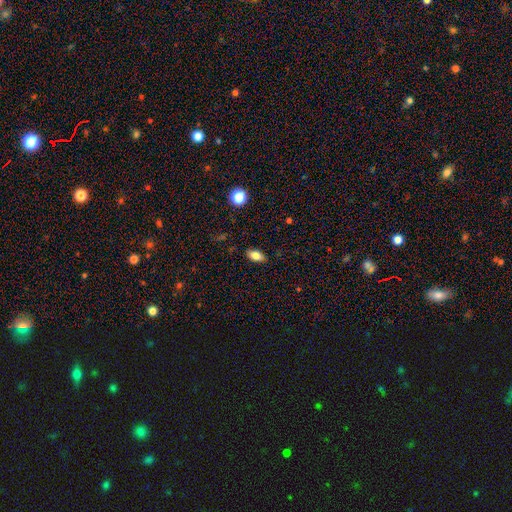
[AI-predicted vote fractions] This is clearly a smooth galaxy (81%). How rounded: clearly in between (90%). Merging: clearly none (87%).